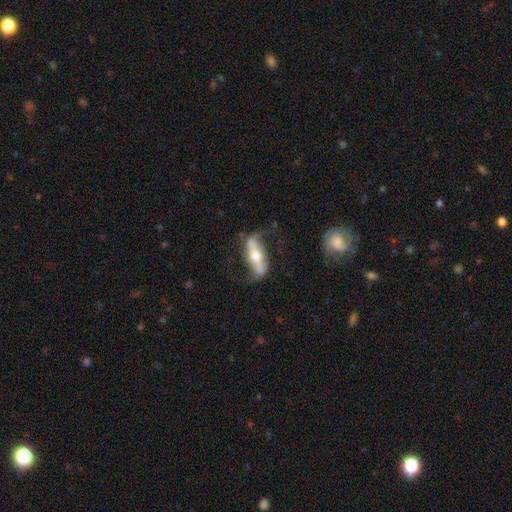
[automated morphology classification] A featured or disk galaxy (70%).

Vote fractions:
- Smooth or featured? featured or disk: 70% / smooth: 24% / star or artifact: 6%
- Edge-on disk? no: 64% / yes: 36%
- Merging? none: 62% / minor disturbance: 21% / major disturbance: 15% / merger: 3%